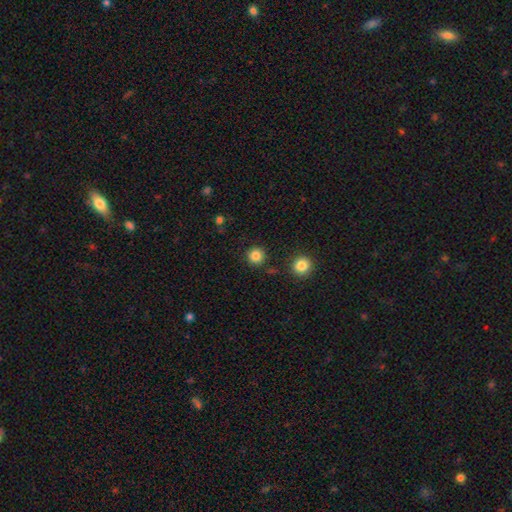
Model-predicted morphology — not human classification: This is clearly a smooth galaxy (84%). How rounded: clearly round (95%). Merging: clearly none (89%).